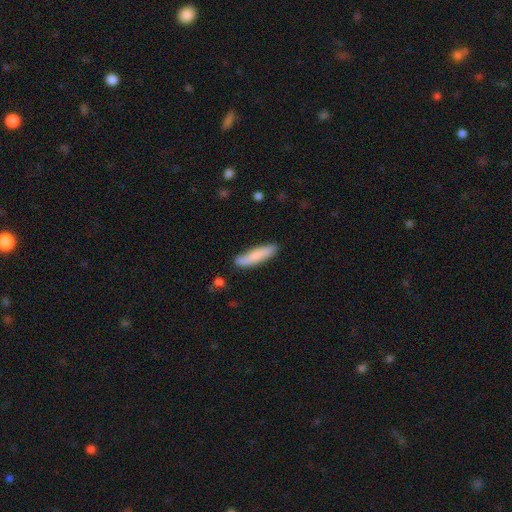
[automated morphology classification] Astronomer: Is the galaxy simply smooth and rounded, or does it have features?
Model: smooth — 75%.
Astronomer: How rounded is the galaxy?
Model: cigar-shaped — 79%.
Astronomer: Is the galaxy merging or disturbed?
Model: none — 79%.